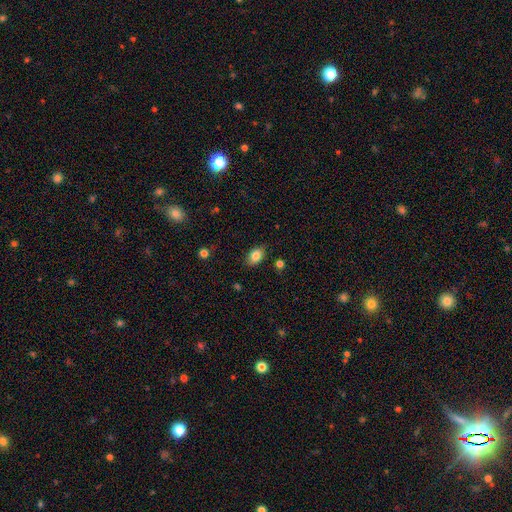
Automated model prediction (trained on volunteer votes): smooth_or_featured: smooth (p=0.83) [alt: star or artifact p=0.09]
how_rounded: in between (p=0.83) [alt: round p=0.16]
merging: none (p=0.84) [alt: minor disturbance p=0.12]